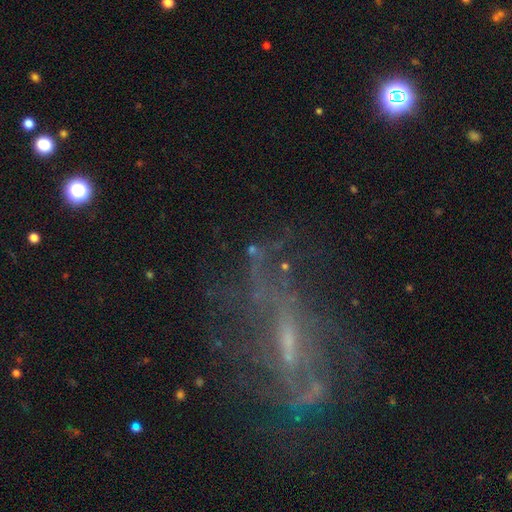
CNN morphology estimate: featured or disk 55%, star or artifact 28%, smooth 17%. Down the decision tree: edge-on disk — no (85%); merging — none (52%).